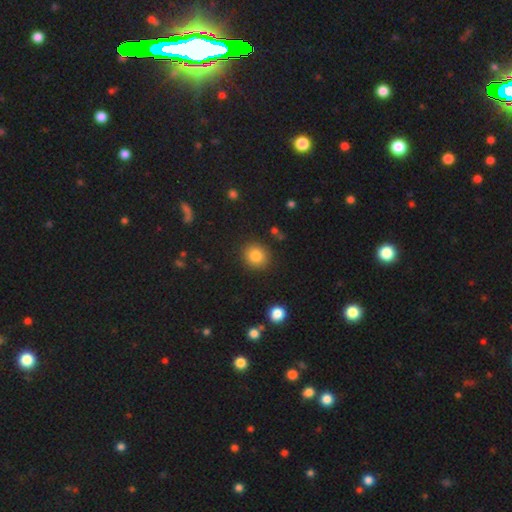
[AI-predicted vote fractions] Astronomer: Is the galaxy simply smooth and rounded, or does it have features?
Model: smooth — 83%.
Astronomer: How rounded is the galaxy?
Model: round — 85%.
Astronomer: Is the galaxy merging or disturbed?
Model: none — 89%.